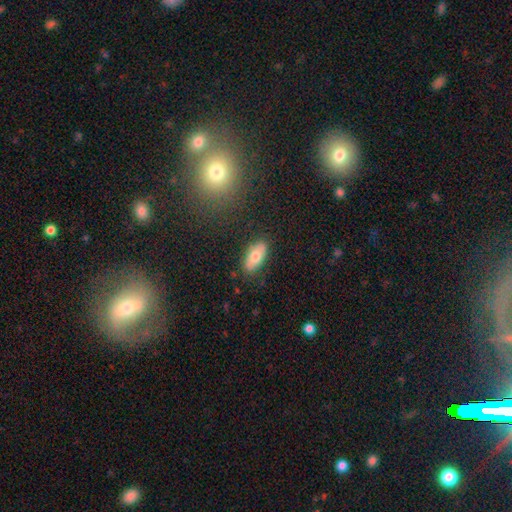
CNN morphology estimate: Smooth or featured? smooth (71%)
How rounded? in between (84%)
Merging? none (84%)